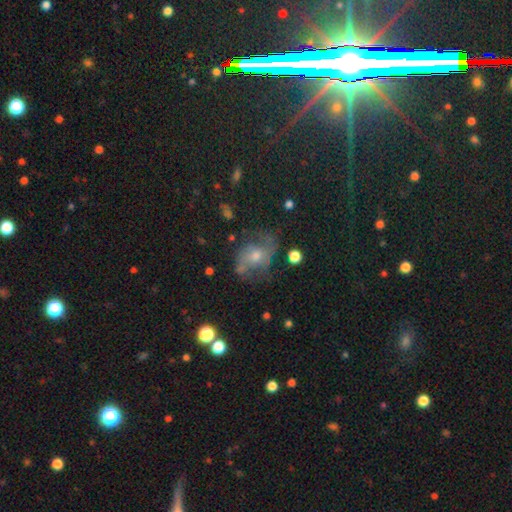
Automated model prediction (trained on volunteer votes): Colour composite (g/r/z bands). It shows a featured or disk galaxy (55%) with no bar (67%), spiral arms (77%) and a moderate central bulge (55%). Merging: none (57%).